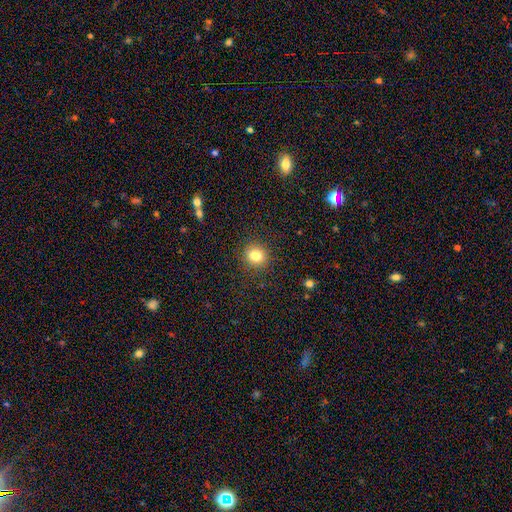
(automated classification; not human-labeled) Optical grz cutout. It shows a smooth galaxy with no disk features (82%) that is round (81%). Merging: none (89%).